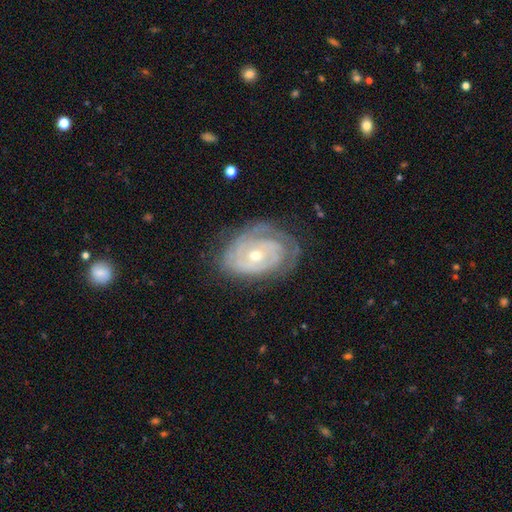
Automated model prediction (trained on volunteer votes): Q: Smooth or featured?
A: featured or disk (85%); runner-up: smooth (10%)
Q: Edge-on disk?
A: no (96%); runner-up: yes (4%)
Q: Bar?
A: no (75%); runner-up: weak (19%)
Q: Spiral arms?
A: yes (92%); runner-up: no (8%)
Q: Spiral winding?
A: tight (78%); runner-up: medium (17%)
Q: Spiral arm count?
A: can't tell (38%); runner-up: 2 (25%)
Q: Bulge size?
A: moderate (52%); runner-up: small (45%)
Q: Merging?
A: none (67%); runner-up: minor disturbance (22%)